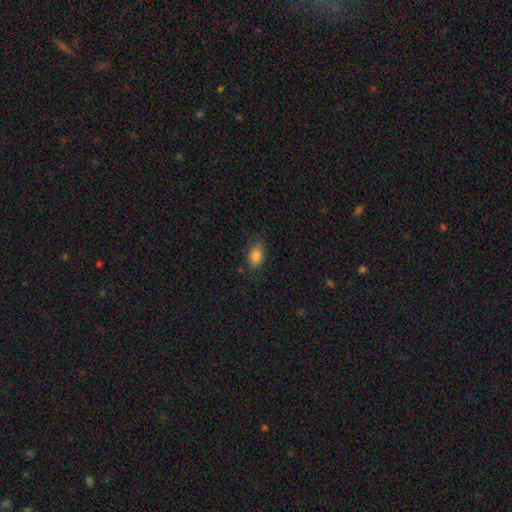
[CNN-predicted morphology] smooth 84%, star or artifact 10%, featured or disk 6%. Down the decision tree: how rounded — in between (87%); merging — none (76%).